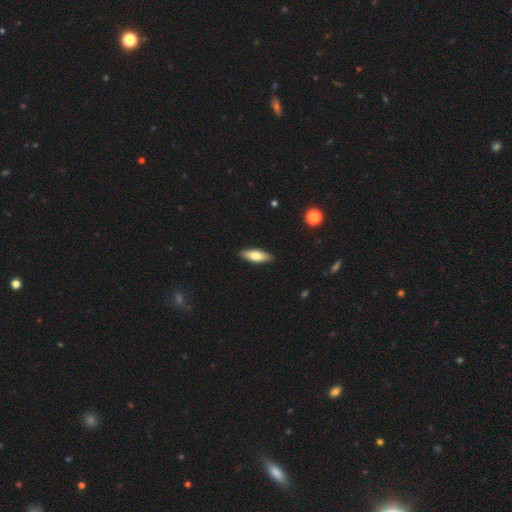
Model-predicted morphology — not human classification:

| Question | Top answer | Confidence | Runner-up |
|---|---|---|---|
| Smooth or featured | smooth | 69% | featured or disk (25%) |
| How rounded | in between | 57% | cigar-shaped (41%) |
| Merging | none | 89% | minor disturbance (8%) |